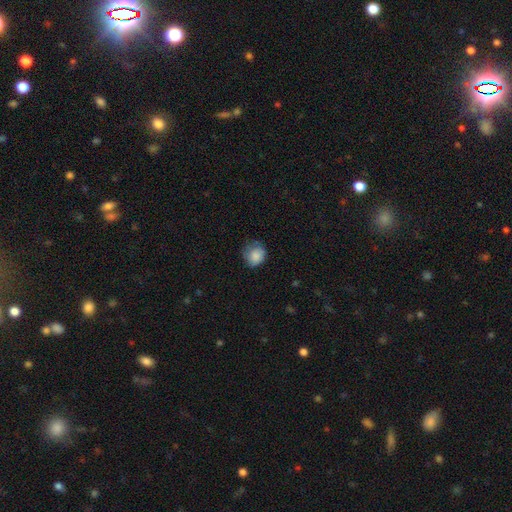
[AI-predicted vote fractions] A smooth galaxy with no disk features (84%) that is round (74%).

Vote fractions:
- Smooth or featured? smooth: 84% / star or artifact: 8% / featured or disk: 8%
- How rounded? round: 74% / in between: 25% / cigar-shaped: 1%
- Merging? none: 59% / minor disturbance: 30% / major disturbance: 9% / merger: 1%